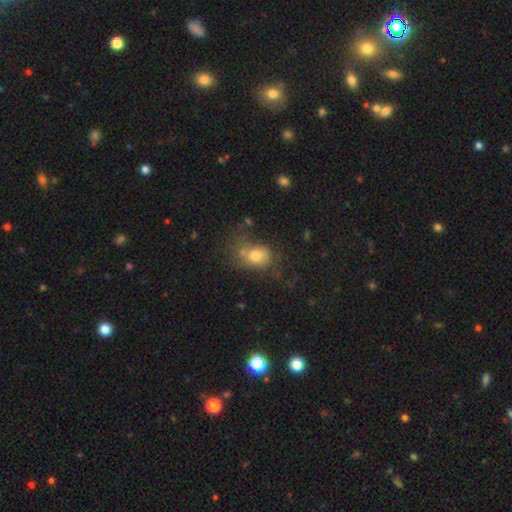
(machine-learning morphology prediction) This appears to be a smooth galaxy with no disk features (73%) that is in between round and cigar-shaped (62%). Merging: none (40%).